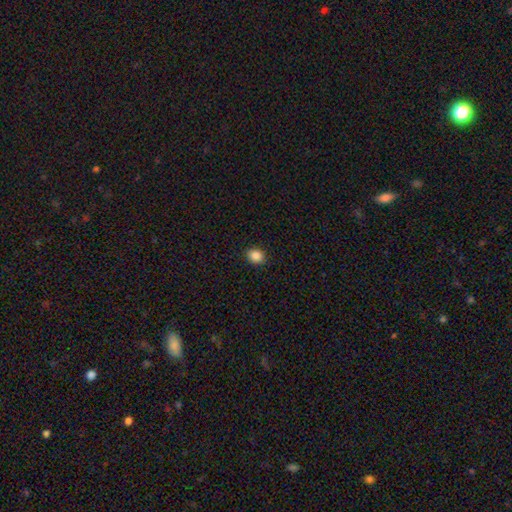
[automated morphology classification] This appears to be a smooth galaxy with no disk features (87%) that is round (64%). Merging: none (91%).